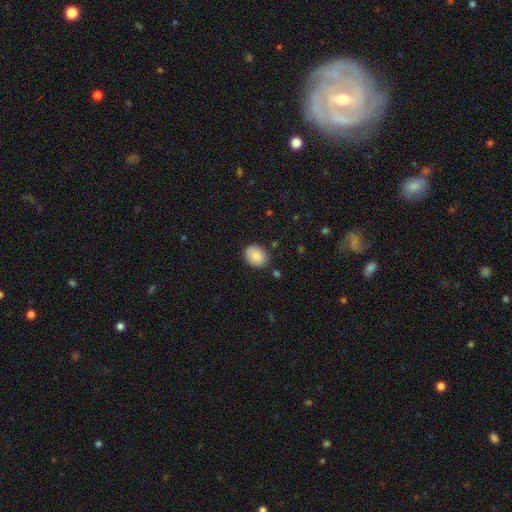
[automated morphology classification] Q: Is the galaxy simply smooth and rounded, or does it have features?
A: smooth — 88%.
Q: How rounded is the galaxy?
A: in between — 64%.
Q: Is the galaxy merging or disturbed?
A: none — 83%.